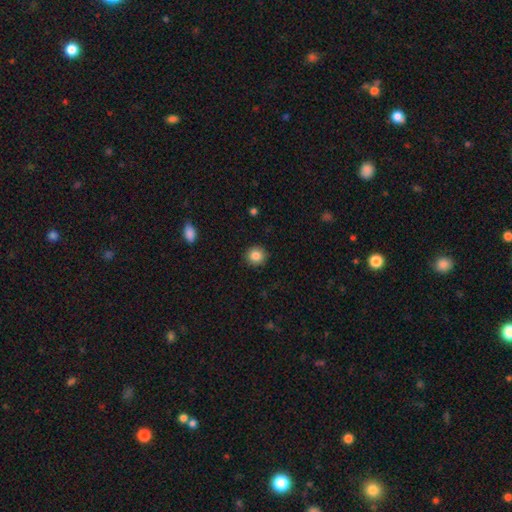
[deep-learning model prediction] Smooth or featured? smooth (85%)
How rounded? round (92%)
Merging? none (92%)